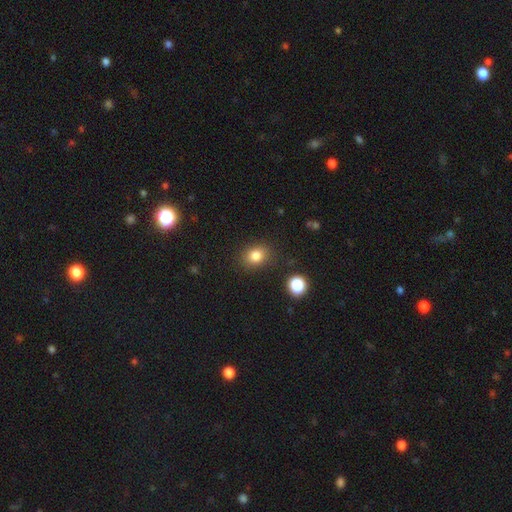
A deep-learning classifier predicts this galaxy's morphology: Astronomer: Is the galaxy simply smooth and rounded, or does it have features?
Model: smooth — 82%.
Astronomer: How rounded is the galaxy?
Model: round — 53% (runner-up: in between, 46%).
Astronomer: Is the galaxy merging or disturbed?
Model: none — 83%.